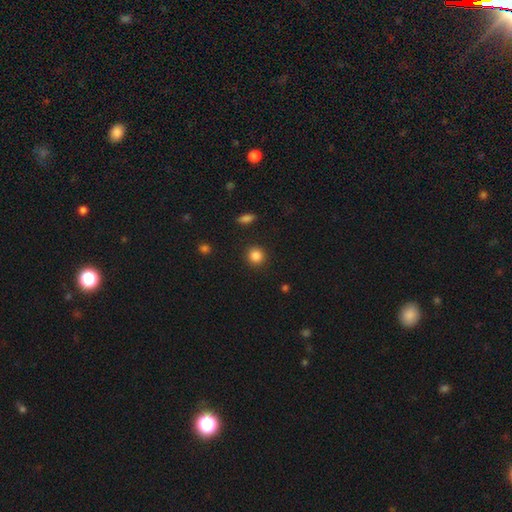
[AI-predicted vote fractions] This appears to be a smooth galaxy with no disk features (86%) that is round (92%). Merging: none (91%).